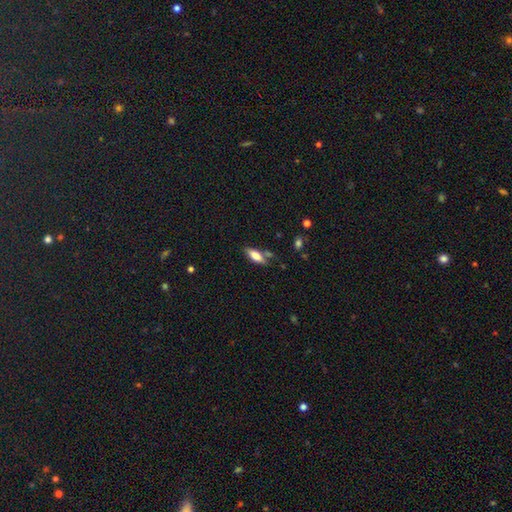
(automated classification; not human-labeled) Overall: smooth (71%). How rounded: in between (63%; cigar-shaped 34%). Merging: none (68%).